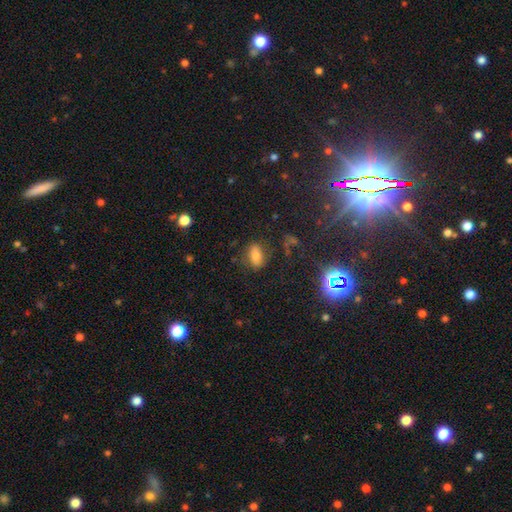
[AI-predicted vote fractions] smooth-or-featured: smooth: 69% | star or artifact: 16% | featured or disk: 14%
  how-rounded: in between: 84% | round: 11% | cigar-shaped: 5%
  merging: none: 75% | minor disturbance: 16% | major disturbance: 7% | merger: 3%